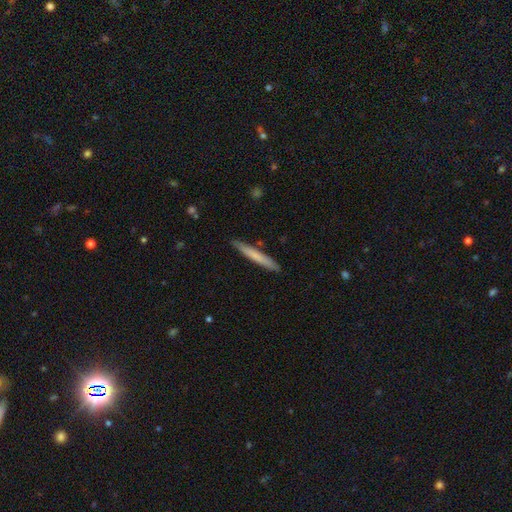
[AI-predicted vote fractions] Q: Smooth or featured?
A: smooth (68%); runner-up: featured or disk (27%)
Q: How rounded?
A: cigar-shaped (96%); runner-up: in between (3%)
Q: Merging?
A: none (88%); runner-up: minor disturbance (9%)